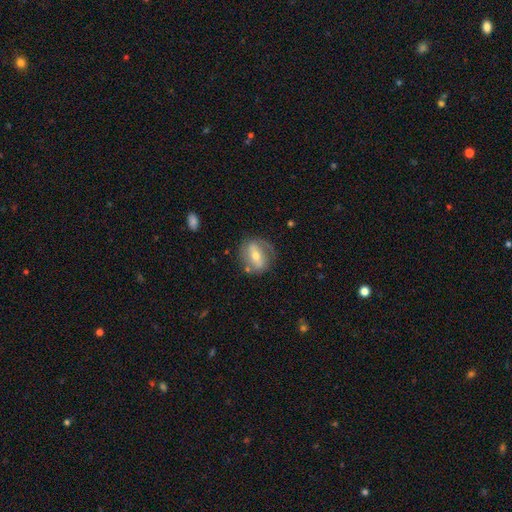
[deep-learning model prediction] Smooth or featured? Predicted: featured or disk (p=0.64). Edge-on disk? Predicted: no (p=0.90). Bar? Predicted: strong (p=0.52). Spiral arms? Predicted: yes (p=0.64). Bulge size? Predicted: moderate (p=0.61). Merging? Predicted: none (p=0.71).